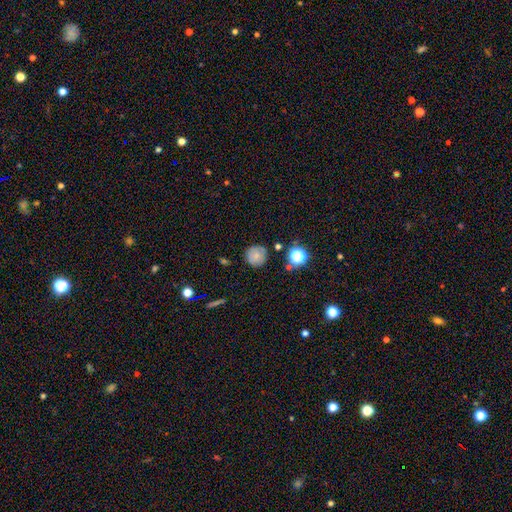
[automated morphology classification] This appears to be a smooth galaxy with no disk features (73%) that is round (93%). Merging: none (79%).